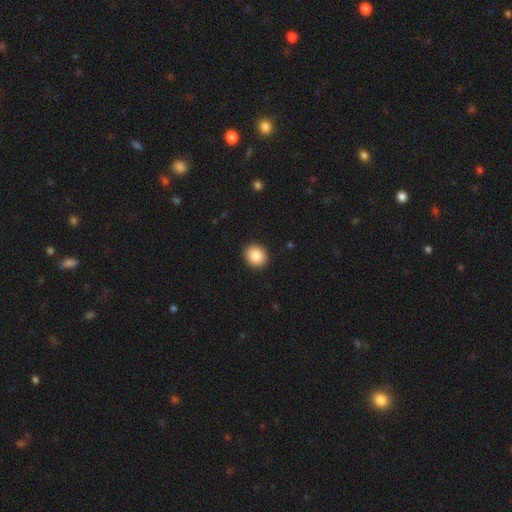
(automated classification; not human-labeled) Overall: smooth (86%). How rounded: round (72%). Merging: none (92%).